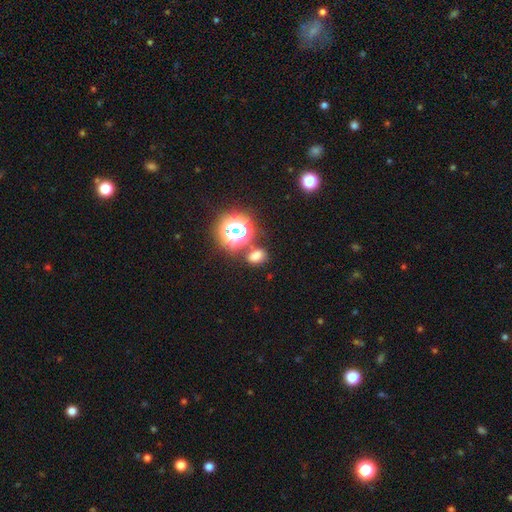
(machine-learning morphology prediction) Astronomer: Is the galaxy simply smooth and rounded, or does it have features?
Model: smooth — 67%.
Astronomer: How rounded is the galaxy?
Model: in between — 66%.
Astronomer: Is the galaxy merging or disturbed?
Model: none — 70%.